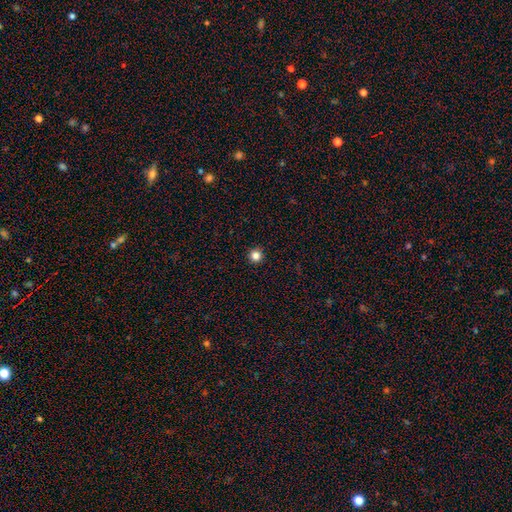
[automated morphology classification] The model was most divided on "smooth or featured": smooth: 84%, star or artifact: 13%, featured or disk: 4%. More confident: how rounded — round (96%); merging — none (94%).